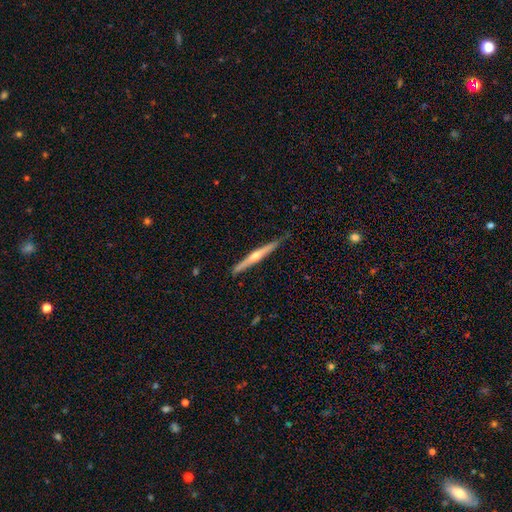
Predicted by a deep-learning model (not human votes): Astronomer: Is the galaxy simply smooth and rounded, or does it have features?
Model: featured or disk — 73%.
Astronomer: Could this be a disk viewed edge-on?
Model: yes — 98%.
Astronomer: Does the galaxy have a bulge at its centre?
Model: rounded — 88%.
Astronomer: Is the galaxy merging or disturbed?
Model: none — 88%.